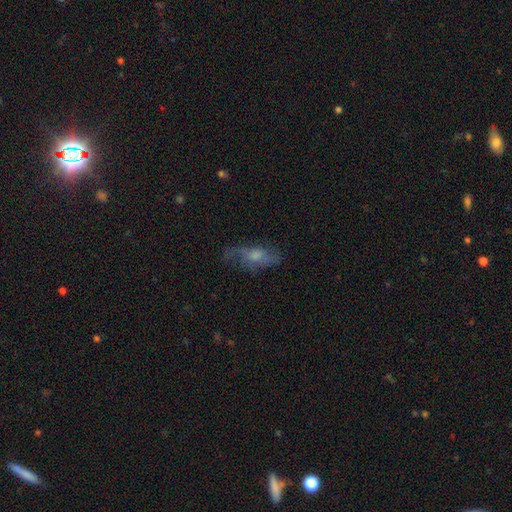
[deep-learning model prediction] A featured or disk galaxy (49%).

Vote fractions:
- Smooth or featured? featured or disk: 49% / smooth: 41% / star or artifact: 10%
- Merging? none: 58% / minor disturbance: 24% / major disturbance: 16% / merger: 2%